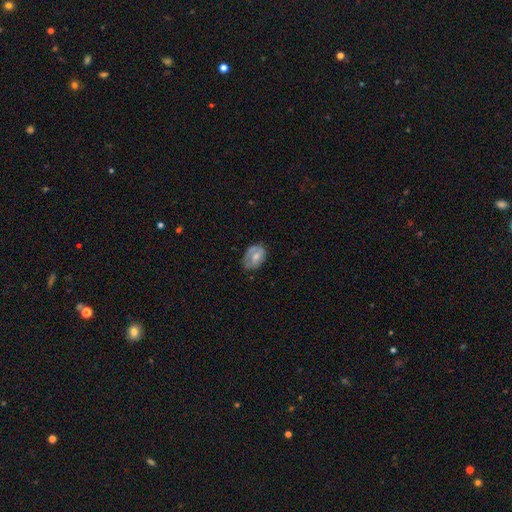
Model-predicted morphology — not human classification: smooth-or-featured: smooth: 52% | featured or disk: 41% | star or artifact: 7%
  how-rounded: in between: 81% | round: 17% | cigar-shaped: 1%
  merging: none: 54% | minor disturbance: 31% | major disturbance: 13% | merger: 2%